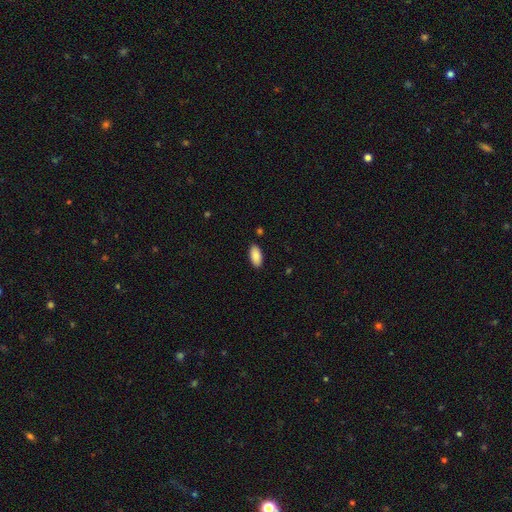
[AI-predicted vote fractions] smooth-or-featured: smooth: 89% | star or artifact: 6% | featured or disk: 5%
  how-rounded: in between: 92% | cigar-shaped: 7% | round: 2%
  merging: none: 88% | minor disturbance: 8% | major disturbance: 2% | merger: 1%